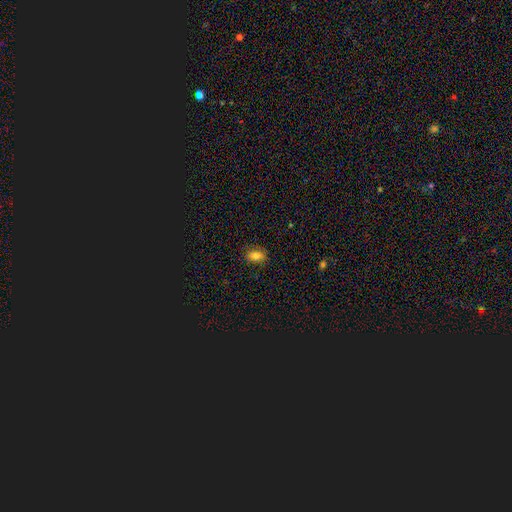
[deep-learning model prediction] A smooth galaxy with no disk features (81%) that is in between round and cigar-shaped (84%).

Vote fractions:
- Smooth or featured? smooth: 81% / star or artifact: 11% / featured or disk: 9%
- How rounded? in between: 84% / round: 12% / cigar-shaped: 4%
- Merging? none: 82% / minor disturbance: 14% / major disturbance: 3% / merger: 1%